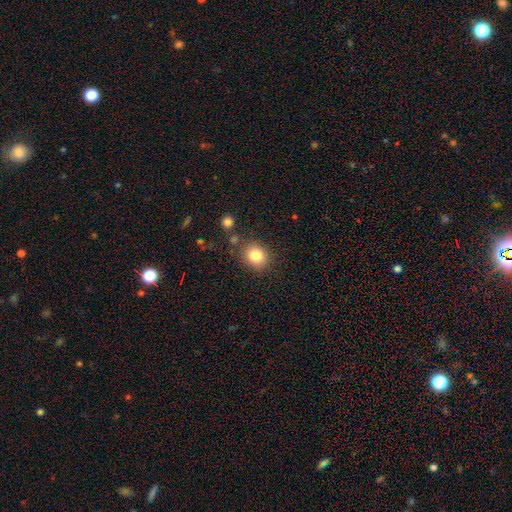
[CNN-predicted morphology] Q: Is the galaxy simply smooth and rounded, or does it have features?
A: smooth — 83%.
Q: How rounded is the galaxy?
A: round — 70%.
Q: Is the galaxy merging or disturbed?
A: none — 80%.